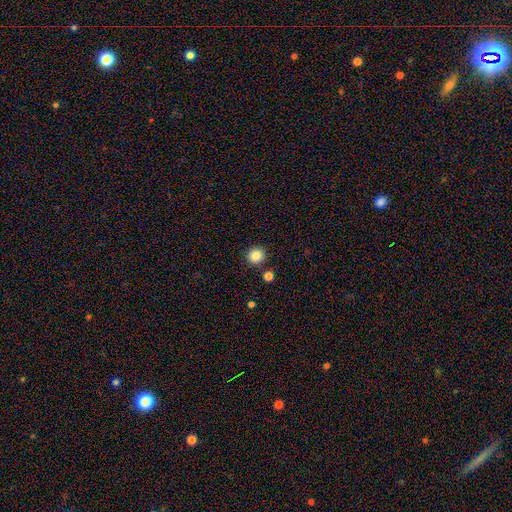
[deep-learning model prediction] This appears to be a smooth galaxy with no disk features (85%) that is round (93%). Merging: none (89%).